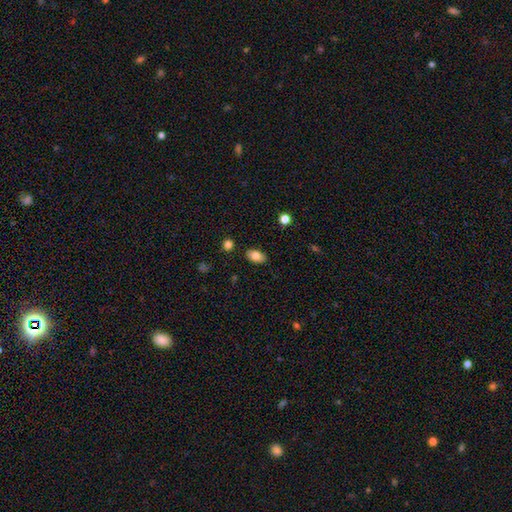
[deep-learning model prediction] This appears to be a smooth galaxy with no disk features (83%) that is in between round and cigar-shaped (91%). Merging: none (86%).